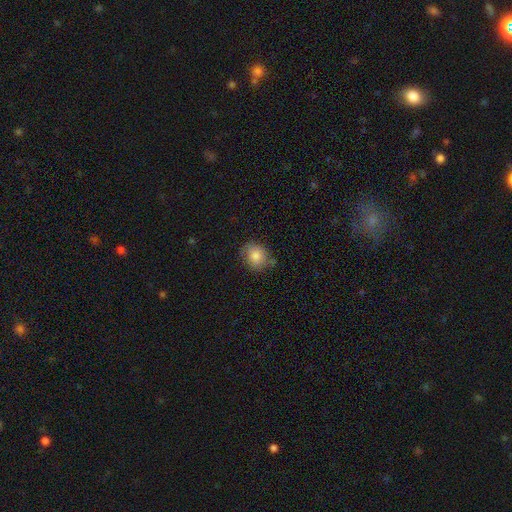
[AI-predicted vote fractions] Smooth or featured? Predicted: smooth (p=0.82). How rounded? Predicted: round (p=0.68). Merging? Predicted: none (p=0.74).